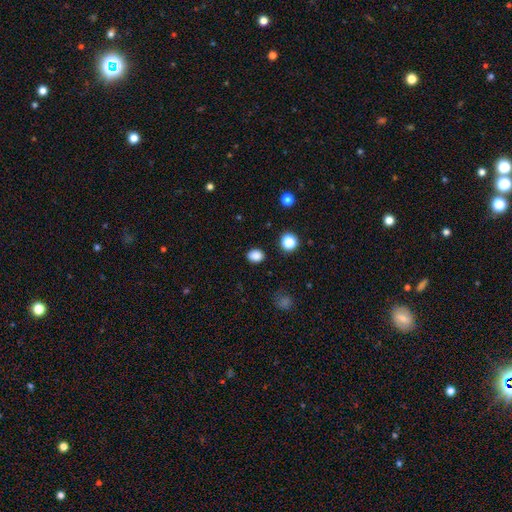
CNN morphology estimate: Smooth or featured? Predicted: smooth (p=0.85). How rounded? Predicted: in between (p=0.57). Merging? Predicted: none (p=0.87).